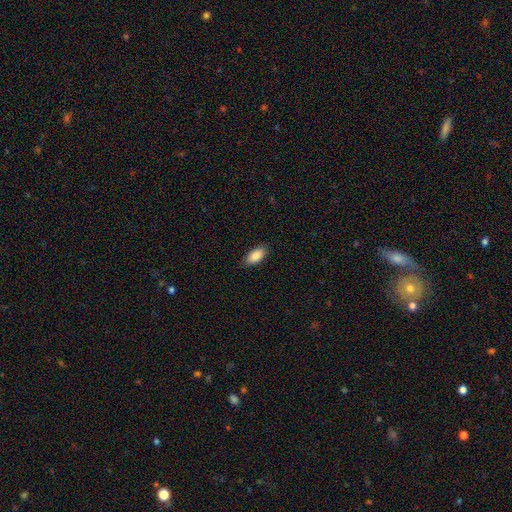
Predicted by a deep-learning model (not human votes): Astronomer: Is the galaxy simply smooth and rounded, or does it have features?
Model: smooth — 89%.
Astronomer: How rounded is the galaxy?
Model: in between — 92%.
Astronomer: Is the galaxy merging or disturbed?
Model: none — 85%.